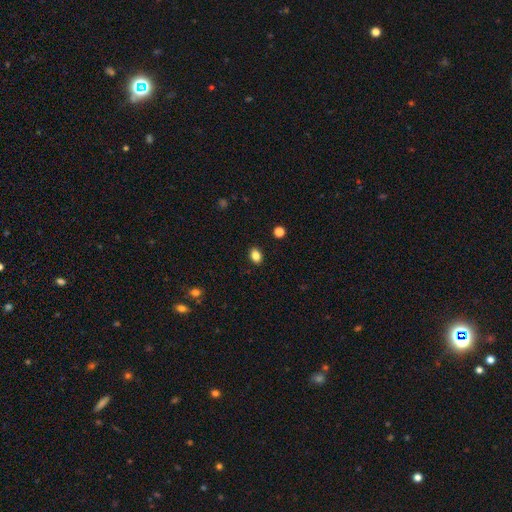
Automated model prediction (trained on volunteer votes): Smooth or featured? smooth (85%)
How rounded? in between (74%)
Merging? none (89%)